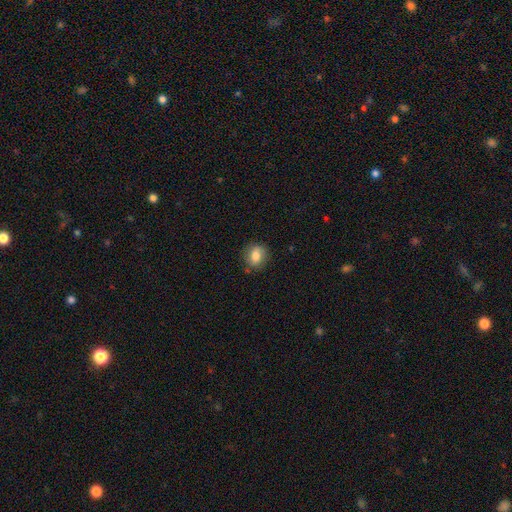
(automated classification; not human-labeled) Q: Smooth or featured?
A: smooth (76%); runner-up: featured or disk (15%)
Q: How rounded?
A: round (64%); runner-up: in between (35%)
Q: Merging?
A: none (82%); runner-up: minor disturbance (13%)